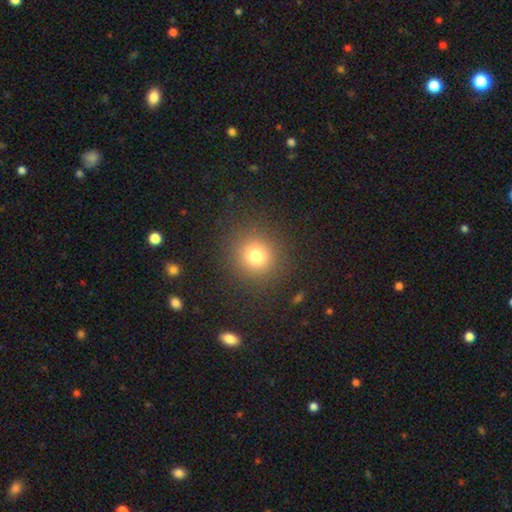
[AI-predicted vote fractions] Smooth or featured?
  - smooth: 74% *
  - star or artifact: 17%
  - featured or disk: 9%
How rounded?
  - round: 91% *
  - in between: 8%
  - cigar-shaped: 1%
Merging?
  - none: 88% *
  - minor disturbance: 7%
  - major disturbance: 4%
  - merger: 1%